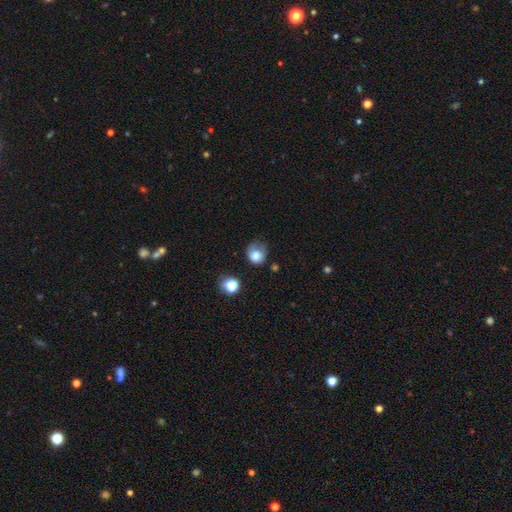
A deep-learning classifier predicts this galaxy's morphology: Smooth or featured? Predicted: smooth (p=0.79). How rounded? Predicted: round (p=0.72). Merging? Predicted: none (p=0.44).